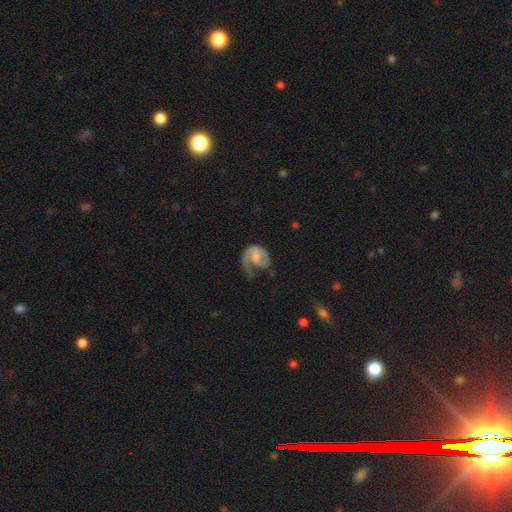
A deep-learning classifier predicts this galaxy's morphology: featured or disk 71%, smooth 23%, star or artifact 6%. Down the decision tree: edge-on disk — no (98%); bar — no (46%); spiral arms — yes (88%); spiral arm count — 1 (70%); spiral winding — medium (40%); bulge size — none (38%); merging — major disturbance (43%).